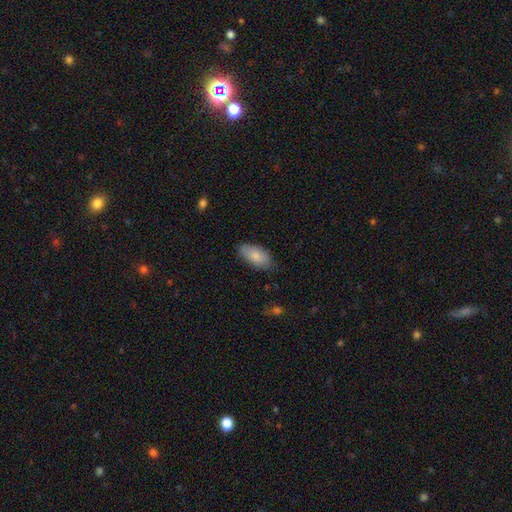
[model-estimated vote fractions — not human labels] The model was most divided on "merging": none: 76%, minor disturbance: 19%, major disturbance: 3%, merger: 1%. More confident: how rounded — in between (92%); smooth or featured — smooth (82%).